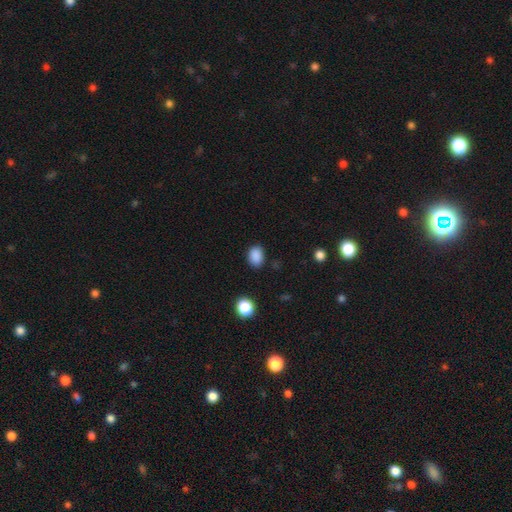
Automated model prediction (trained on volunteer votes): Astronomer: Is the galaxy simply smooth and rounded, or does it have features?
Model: smooth — 87%.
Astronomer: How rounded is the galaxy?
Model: in between — 69%.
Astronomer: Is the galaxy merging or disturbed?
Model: none — 83%.